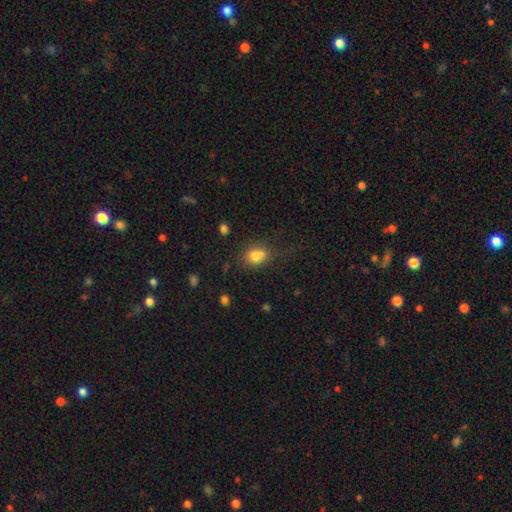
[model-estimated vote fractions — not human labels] The model was most divided on "how rounded": in between: 52%, round: 46%, cigar-shaped: 1%. Remaining: smooth or featured — smooth (76%); merging — none (44%).